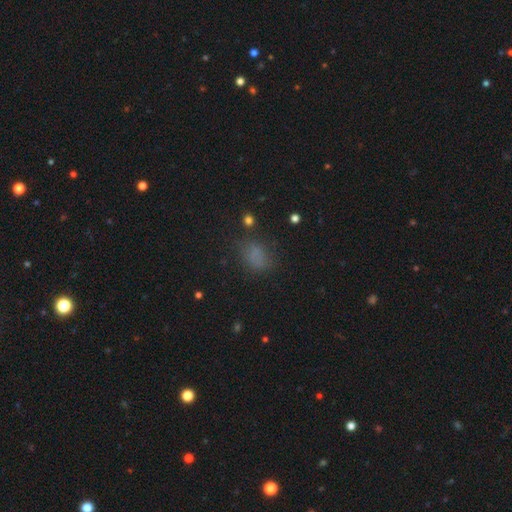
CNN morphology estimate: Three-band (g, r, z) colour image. It shows a smooth galaxy with no disk features (71%) that is in between round and cigar-shaped (73%). Merging: none (66%).